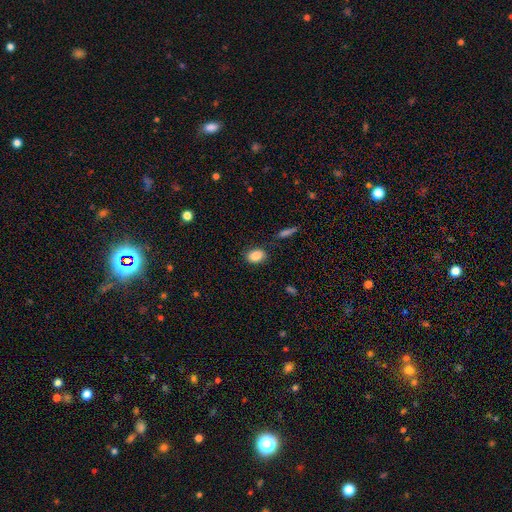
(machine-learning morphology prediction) This appears to be a smooth galaxy with no disk features (86%) that is in between round and cigar-shaped (80%). Merging: none (83%).